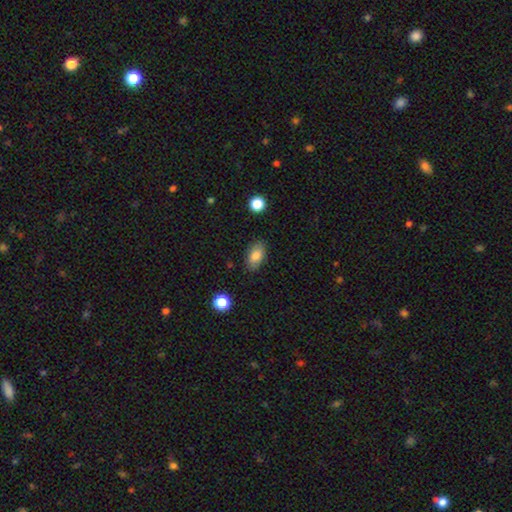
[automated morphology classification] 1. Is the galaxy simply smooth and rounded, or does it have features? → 81% smooth, 11% featured or disk, 8% star or artifact.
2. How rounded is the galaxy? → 91% in between, 7% round, 3% cigar-shaped.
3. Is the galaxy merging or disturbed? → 84% none, 12% minor disturbance, 3% major disturbance, 2% merger.